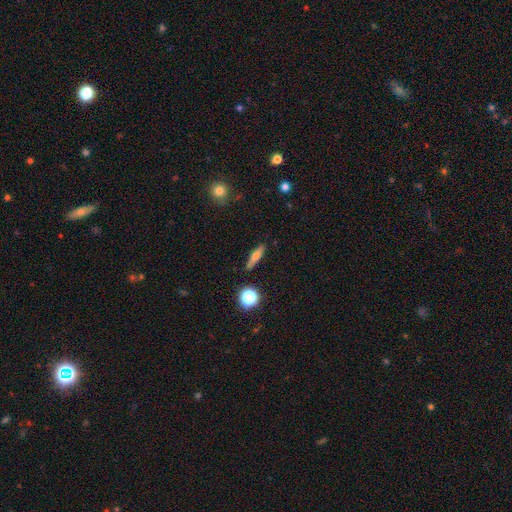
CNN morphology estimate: smooth_or_featured: smooth (p=0.51) [alt: featured or disk p=0.39]
how_rounded: cigar-shaped (p=0.71) [alt: in between p=0.22]
merging: none (p=0.87) [alt: minor disturbance p=0.09]